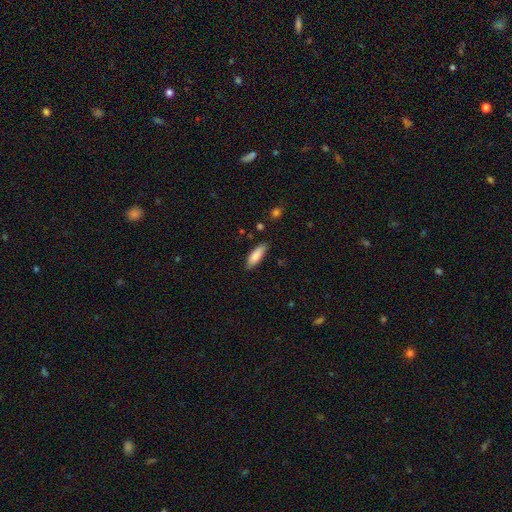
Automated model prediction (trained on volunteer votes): A smooth galaxy with no disk features (85%) that is in between round and cigar-shaped (56%).

Vote fractions:
- Smooth or featured? smooth: 85% / featured or disk: 9% / star or artifact: 6%
- How rounded? in between: 56% / cigar-shaped: 43% / round: 2%
- Merging? none: 83% / minor disturbance: 13% / major disturbance: 2% / merger: 2%